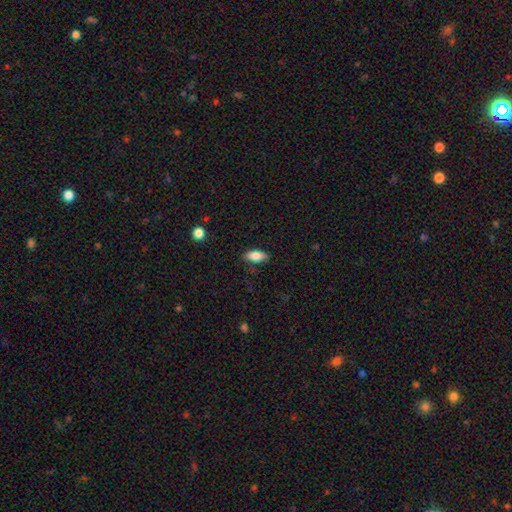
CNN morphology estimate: A smooth galaxy with no disk features (79%) that is in between round and cigar-shaped (83%).

Vote fractions:
- Smooth or featured? smooth: 79% / featured or disk: 13% / star or artifact: 7%
- How rounded? in between: 83% / cigar-shaped: 14% / round: 3%
- Merging? none: 83% / minor disturbance: 13% / major disturbance: 3% / merger: 1%